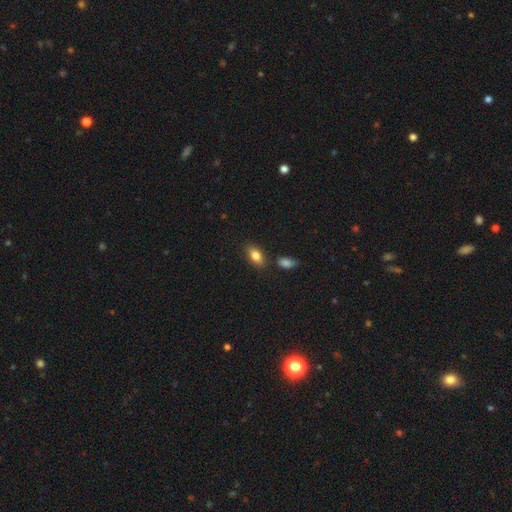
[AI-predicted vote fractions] Smooth or featured: smooth — 82% (featured or disk — 11%)
How rounded: in between — 88% (round — 6%)
Merging: none — 79% (minor disturbance — 11%)